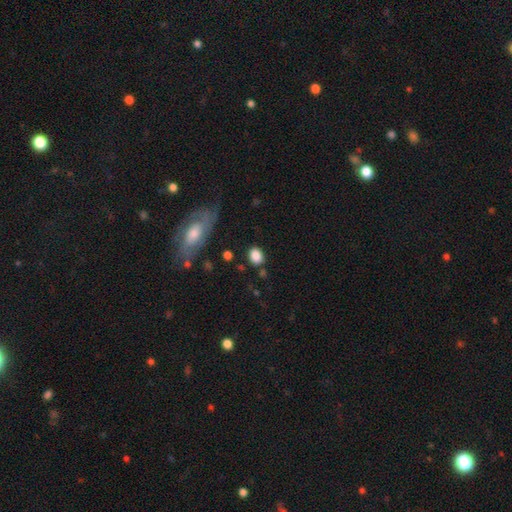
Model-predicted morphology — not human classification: Smooth or featured?
  - smooth: 86% *
  - star or artifact: 8%
  - featured or disk: 6%
How rounded?
  - in between: 65% *
  - round: 34%
  - cigar-shaped: 2%
Merging?
  - none: 78% *
  - minor disturbance: 14%
  - major disturbance: 4%
  - merger: 4%